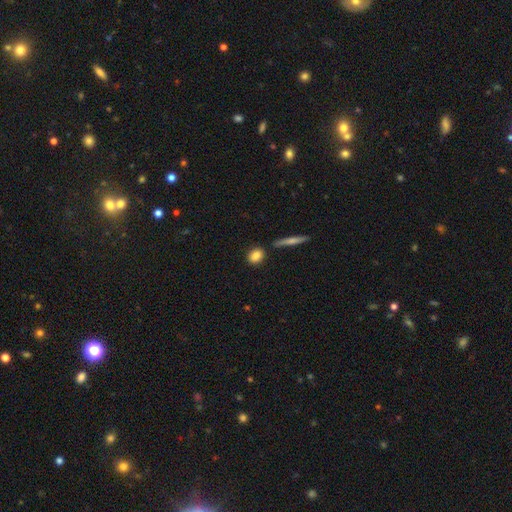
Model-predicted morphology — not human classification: Overall: smooth (85%). How rounded: in between (61%; round 32%). Merging: none (81%).